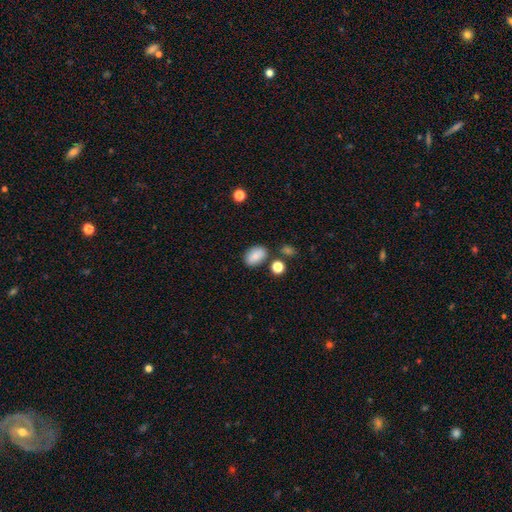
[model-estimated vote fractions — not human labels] Q: Smooth or featured?
A: smooth (82%); runner-up: featured or disk (9%)
Q: How rounded?
A: in between (86%); runner-up: round (13%)
Q: Merging?
A: none (78%); runner-up: minor disturbance (12%)